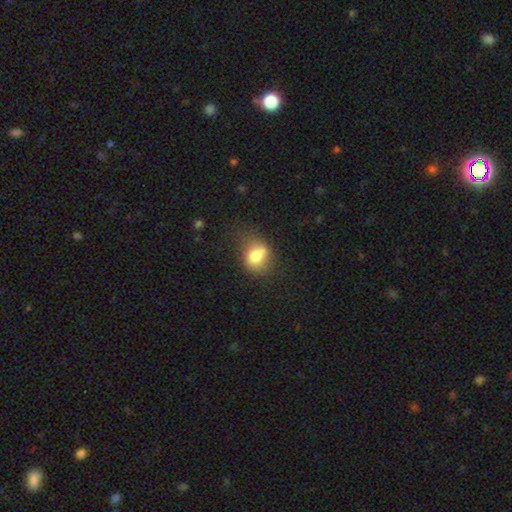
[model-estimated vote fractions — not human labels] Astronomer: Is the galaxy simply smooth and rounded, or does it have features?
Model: smooth — 74%.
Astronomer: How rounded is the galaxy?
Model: in between — 50% (runner-up: round, 48%).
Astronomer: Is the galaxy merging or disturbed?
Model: none — 54%.